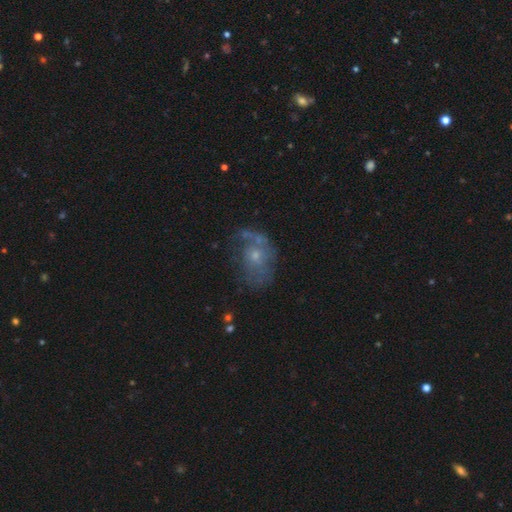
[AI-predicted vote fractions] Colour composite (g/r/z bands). It shows a featured or disk galaxy (55%) with no bar (83%), spiral arms (54%) and a small central bulge (63%). Merging: none (42%).